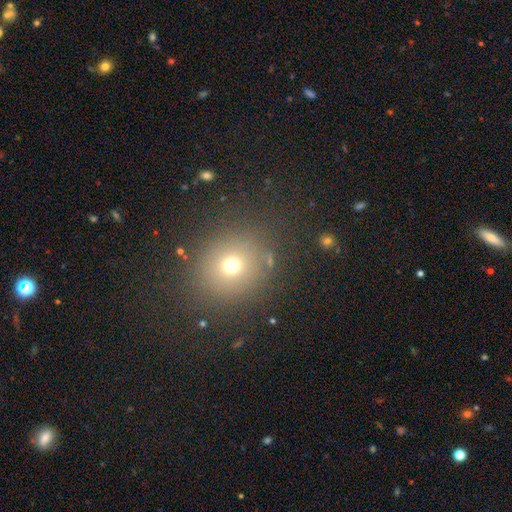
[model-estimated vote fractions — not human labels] A smooth galaxy with no disk features (63%) that is round (78%).

Vote fractions:
- Smooth or featured? smooth: 63% / star or artifact: 28% / featured or disk: 9%
- How rounded? round: 78% / in between: 21% / cigar-shaped: 1%
- Merging? none: 88% / minor disturbance: 7% / major disturbance: 3% / merger: 2%